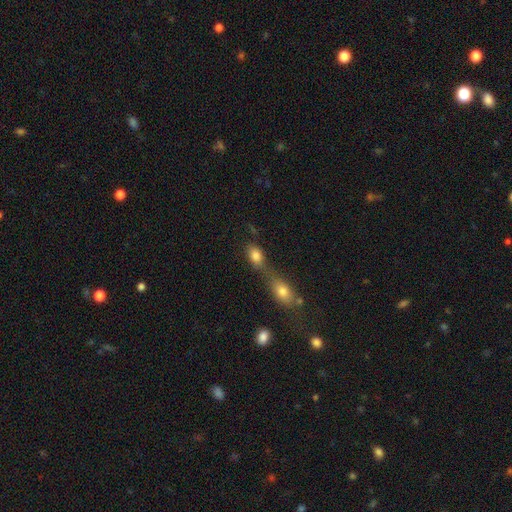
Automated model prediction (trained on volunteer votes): Overall: smooth (80%). How rounded: in between (74%). Merging: merger (58%; none 28%).